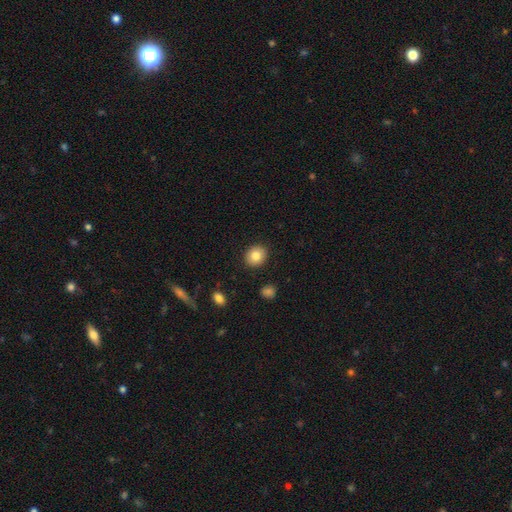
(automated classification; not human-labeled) smooth 83%, star or artifact 9%, featured or disk 8%. Down the decision tree: how rounded — round (72%); merging — none (90%).